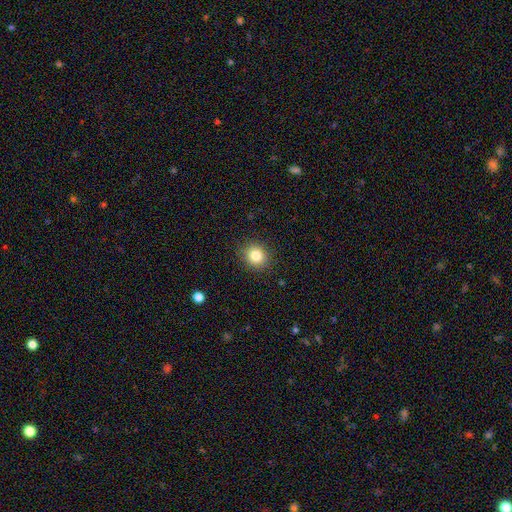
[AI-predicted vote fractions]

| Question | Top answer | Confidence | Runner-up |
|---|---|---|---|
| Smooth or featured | smooth | 83% | star or artifact (11%) |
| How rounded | round | 76% | in between (23%) |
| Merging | none | 90% | minor disturbance (7%) |